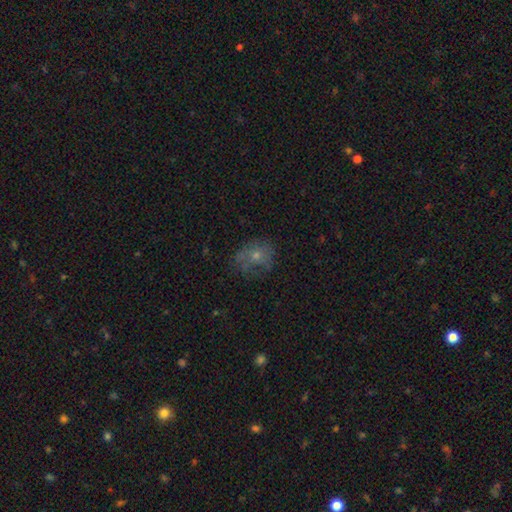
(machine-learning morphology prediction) Overall: smooth (56%; featured or disk 30%). How rounded: round (56%; in between 43%). Merging: none (50%; minor disturbance 27%).